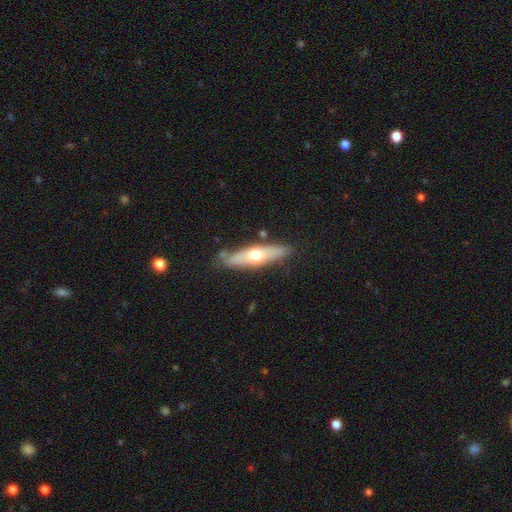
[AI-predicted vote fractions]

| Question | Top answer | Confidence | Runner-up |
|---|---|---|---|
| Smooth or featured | featured or disk | 48% | smooth (47%) |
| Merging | none | 80% | minor disturbance (14%) |